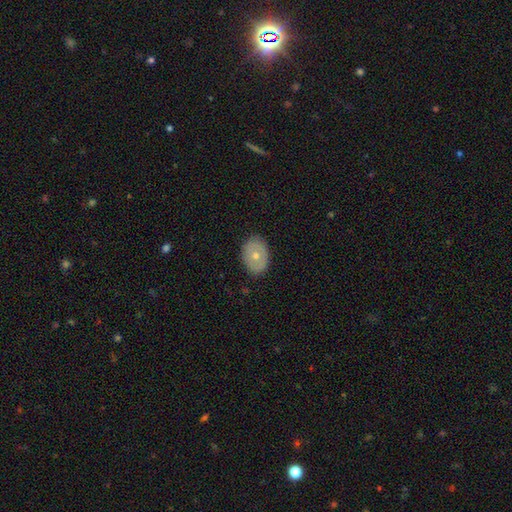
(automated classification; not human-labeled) This is possibly a smooth galaxy (59%). How rounded: likely in between (72%). Merging: clearly none (85%).